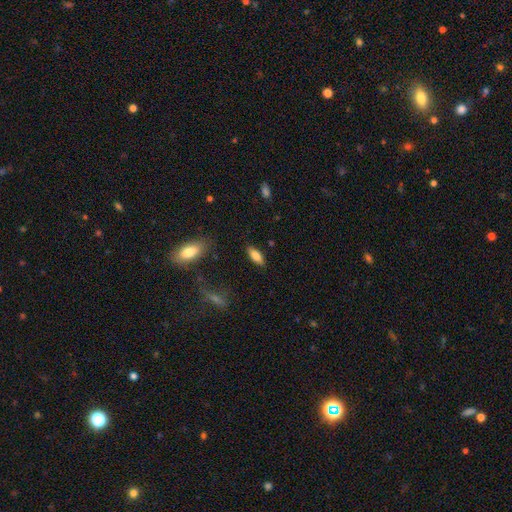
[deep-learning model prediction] smooth-or-featured: smooth: 78% | featured or disk: 15% | star or artifact: 7%
  how-rounded: in between: 73% | cigar-shaped: 24% | round: 2%
  merging: none: 86% | minor disturbance: 10% | major disturbance: 3% | merger: 2%